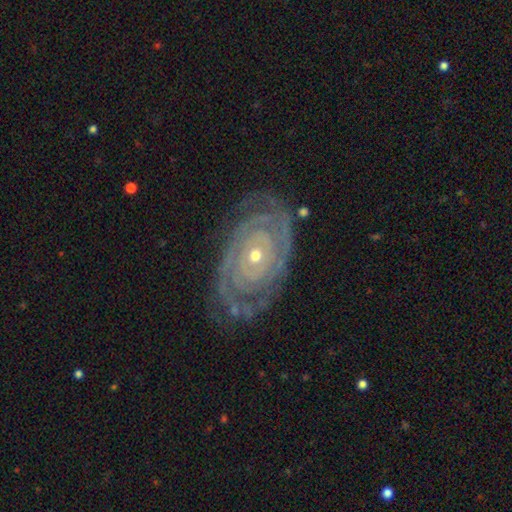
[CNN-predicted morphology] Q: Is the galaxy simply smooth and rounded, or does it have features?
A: featured or disk — 90%.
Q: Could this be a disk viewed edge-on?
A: no — 96%.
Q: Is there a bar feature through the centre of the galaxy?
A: no — 83%.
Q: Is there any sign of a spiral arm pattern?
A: yes — 95%.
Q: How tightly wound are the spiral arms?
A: tight — 86%.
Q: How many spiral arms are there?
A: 2 — 40%.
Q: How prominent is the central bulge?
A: small — 58%.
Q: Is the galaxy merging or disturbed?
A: none — 76%.